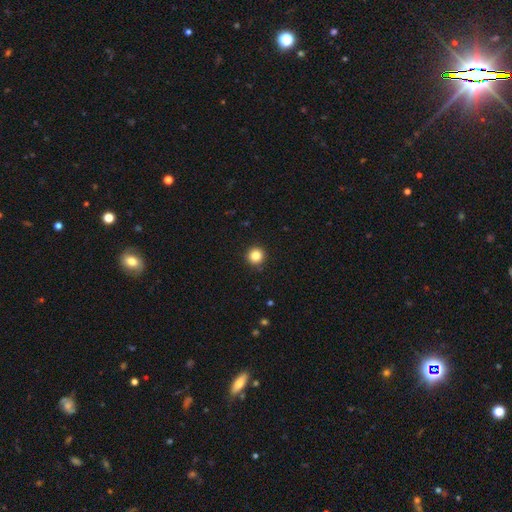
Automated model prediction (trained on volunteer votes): Overall: smooth (85%). How rounded: round (96%). Merging: none (92%).